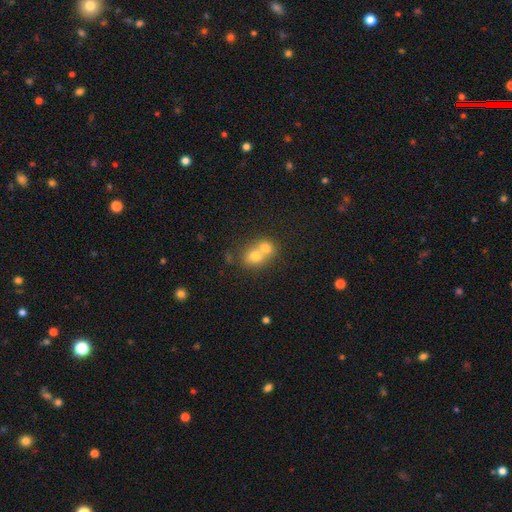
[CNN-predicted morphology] Q: Smooth or featured?
A: smooth (71%); runner-up: featured or disk (18%)
Q: How rounded?
A: round (69%); runner-up: in between (30%)
Q: Merging?
A: merger (70%); runner-up: none (23%)